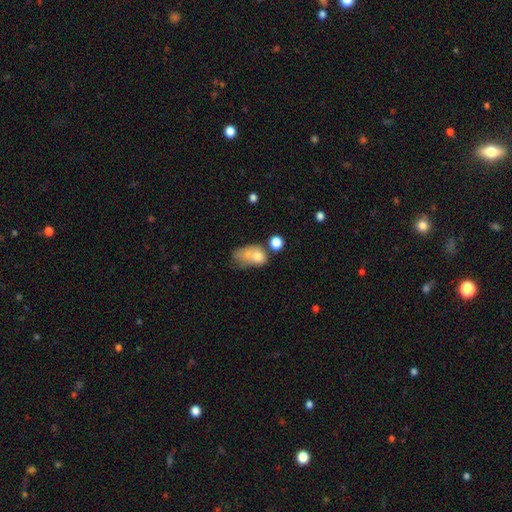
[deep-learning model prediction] Smooth or featured: smooth — 69% (featured or disk — 21%)
How rounded: in between — 75% (round — 23%)
Merging: merger — 39% (major disturbance — 23%)